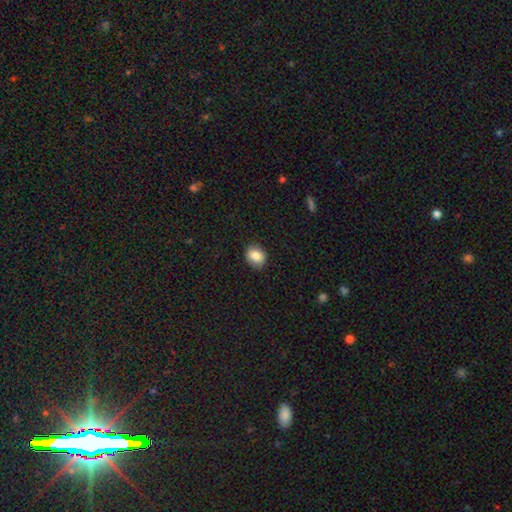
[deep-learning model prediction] Morphology: type=smooth (85%); roundness=round (55%); merging=none (86%).